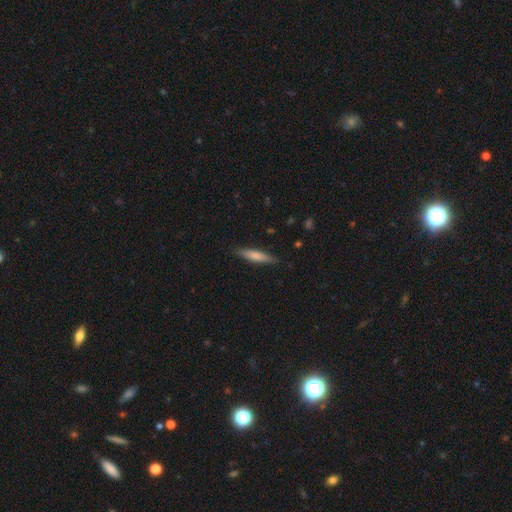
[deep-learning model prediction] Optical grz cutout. It shows a smooth galaxy with no disk features (70%) that is cigar-shaped (86%). Merging: none (87%).